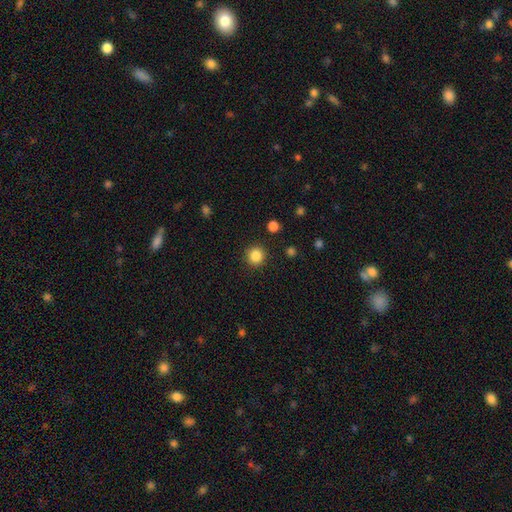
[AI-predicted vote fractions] Smooth or featured: smooth — 85% (star or artifact — 11%)
How rounded: round — 93% (in between — 6%)
Merging: none — 91% (minor disturbance — 6%)